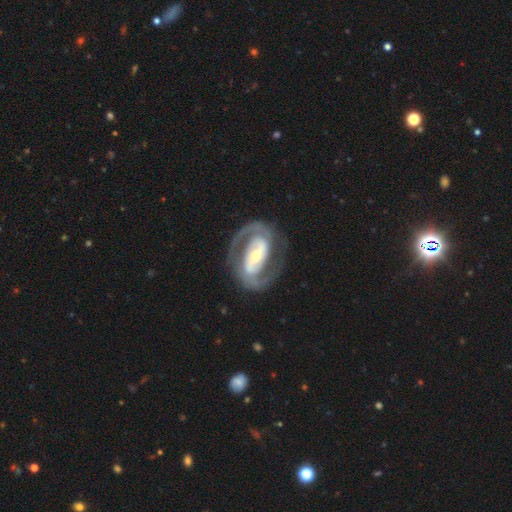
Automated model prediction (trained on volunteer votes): smooth-or-featured: featured or disk: 88% | smooth: 8% | star or artifact: 4%
  disk-edge-on: no: 96% | yes: 4%
    bar: strong: 53% | weak: 27% | no: 20%
    has-spiral-arms: yes: 91% | no: 9%
      spiral-winding: medium: 49% | tight: 37% | loose: 14%
      spiral-arm-count: 2: 89% | can't tell: 5% | 1: 3% | 3: 1% | 4: 1% | more than 4: 1%
    bulge-size: small: 48% | moderate: 44% | large: 6% | dominant: 1% | none: 1%
  merging: none: 78% | minor disturbance: 12% | major disturbance: 8% | merger: 1%